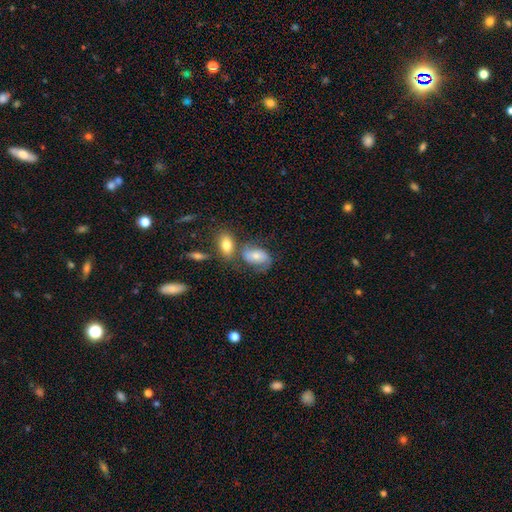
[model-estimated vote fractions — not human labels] Smooth or featured? featured or disk (48%)
Merging? none (46%)